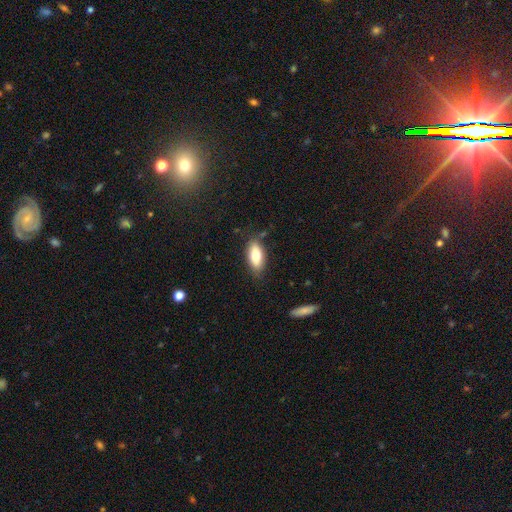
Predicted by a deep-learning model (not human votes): Q: Smooth or featured?
A: smooth (76%); runner-up: featured or disk (17%)
Q: How rounded?
A: in between (86%); runner-up: cigar-shaped (11%)
Q: Merging?
A: none (80%); runner-up: minor disturbance (14%)